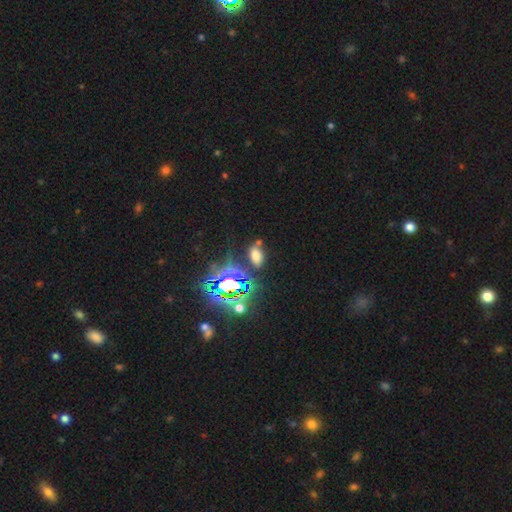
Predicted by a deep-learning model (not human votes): smooth-or-featured: smooth: 55% | star or artifact: 35% | featured or disk: 10%
  how-rounded: in between: 88% | round: 10% | cigar-shaped: 3%
  merging: none: 74% | minor disturbance: 13% | merger: 7% | major disturbance: 5%